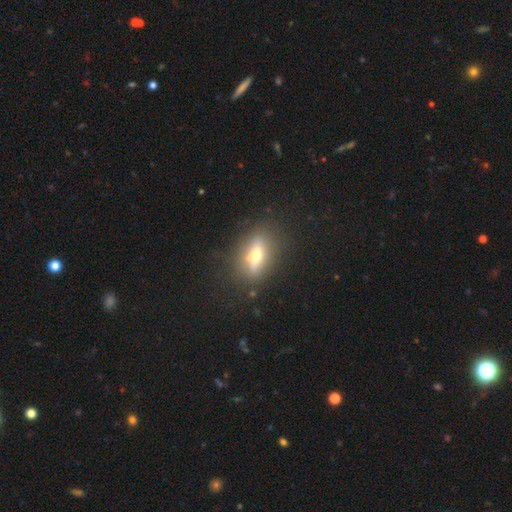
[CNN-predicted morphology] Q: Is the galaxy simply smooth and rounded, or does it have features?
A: featured or disk — 49%.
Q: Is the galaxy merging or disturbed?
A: none — 81%.